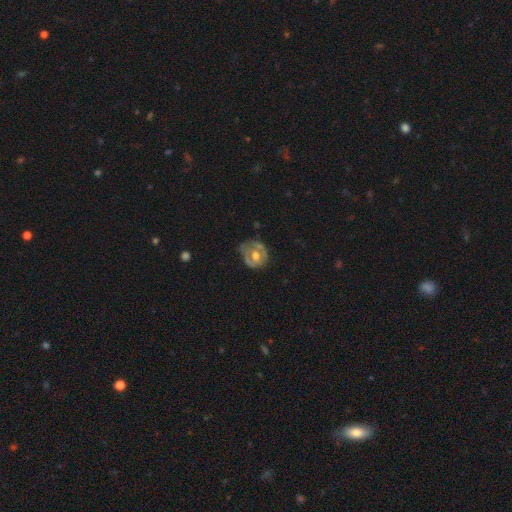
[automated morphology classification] smooth_or_featured: featured or disk (p=0.52) [alt: smooth p=0.42]
disk_edge_on: no (p=0.96) [alt: yes p=0.04]
bar: no (p=0.75) [alt: weak p=0.20]
has_spiral_arms: no (p=0.72) [alt: yes p=0.28]
bulge_size: moderate (p=0.72) [alt: large p=0.13]
merging: none (p=0.50) [alt: minor disturbance p=0.31]